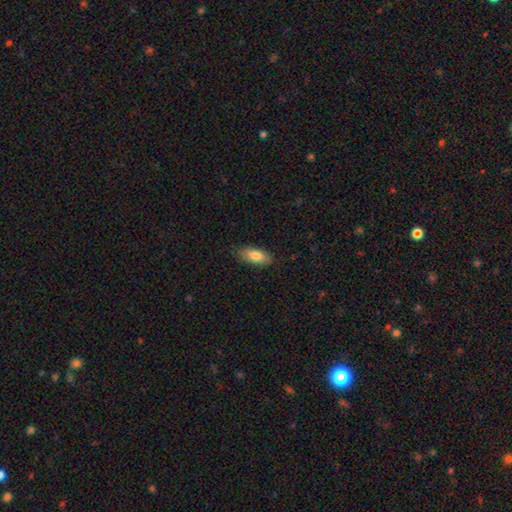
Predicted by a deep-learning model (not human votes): smooth 84%, featured or disk 10%, star or artifact 6%. Down the decision tree: how rounded — in between (82%); merging — none (83%).